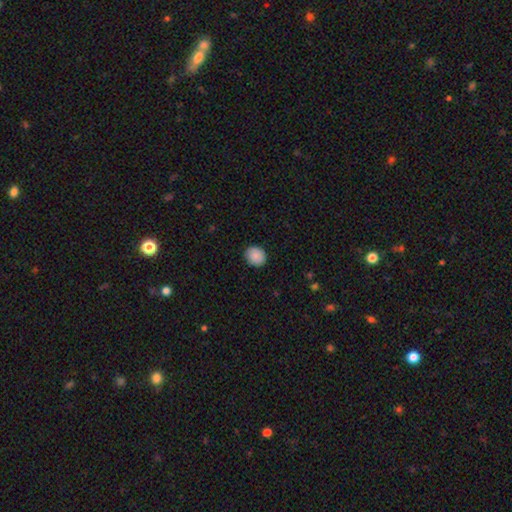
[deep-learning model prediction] This is clearly a smooth galaxy (89%). How rounded: likely round (74%). Merging: clearly none (88%).